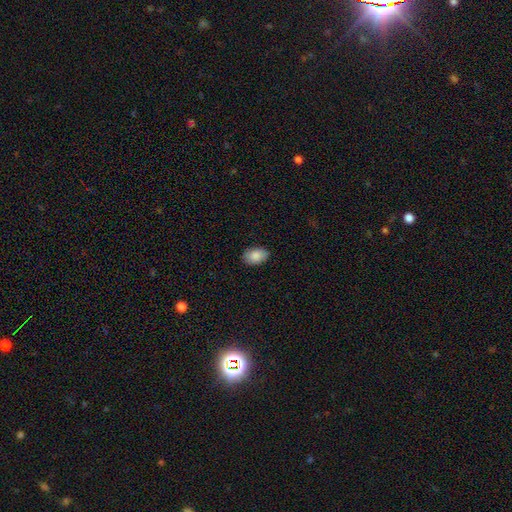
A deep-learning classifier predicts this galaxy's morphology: Smooth or featured?
  - smooth: 88% *
  - star or artifact: 7%
  - featured or disk: 5%
How rounded?
  - in between: 89% *
  - round: 10%
  - cigar-shaped: 1%
Merging?
  - none: 86% *
  - minor disturbance: 11%
  - major disturbance: 2%
  - merger: 1%